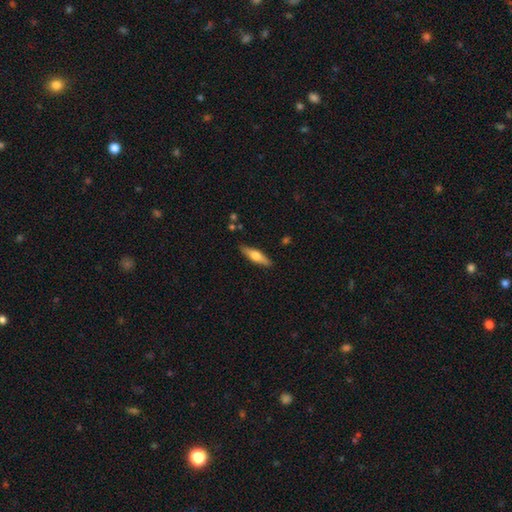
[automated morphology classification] smooth 49%, featured or disk 45%, star or artifact 6%. Down the decision tree: merging — none (88%).